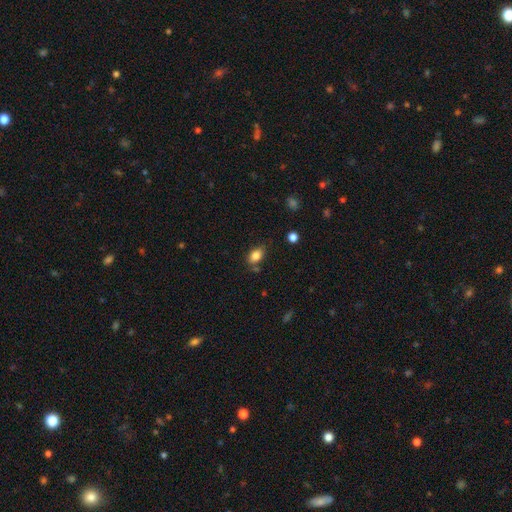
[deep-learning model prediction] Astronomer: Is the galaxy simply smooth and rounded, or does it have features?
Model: smooth — 85%.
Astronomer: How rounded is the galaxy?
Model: in between — 82%.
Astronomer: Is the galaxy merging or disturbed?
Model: none — 75%.